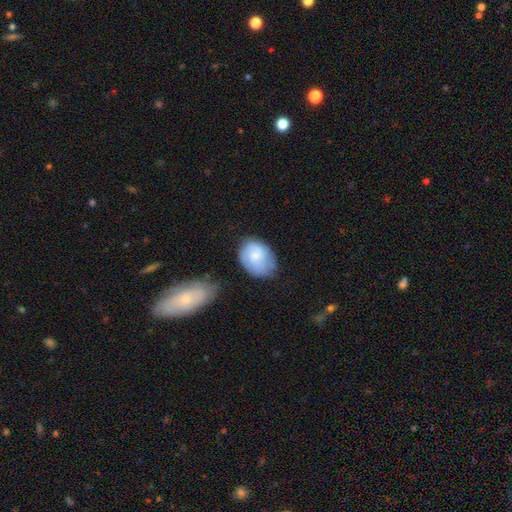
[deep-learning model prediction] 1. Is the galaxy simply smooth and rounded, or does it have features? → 58% smooth, 35% featured or disk, 7% star or artifact.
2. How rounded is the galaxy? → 71% in between, 28% round, 1% cigar-shaped.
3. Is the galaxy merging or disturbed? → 59% none, 27% minor disturbance, 9% major disturbance, 5% merger.